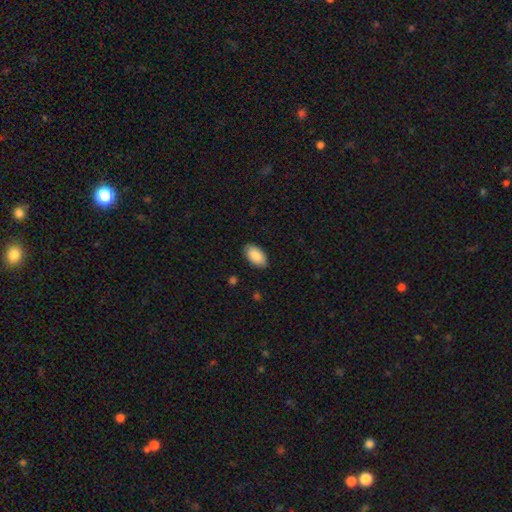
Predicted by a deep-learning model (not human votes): Smooth or featured? Predicted: smooth (p=0.89). How rounded? Predicted: in between (p=0.95). Merging? Predicted: none (p=0.88).